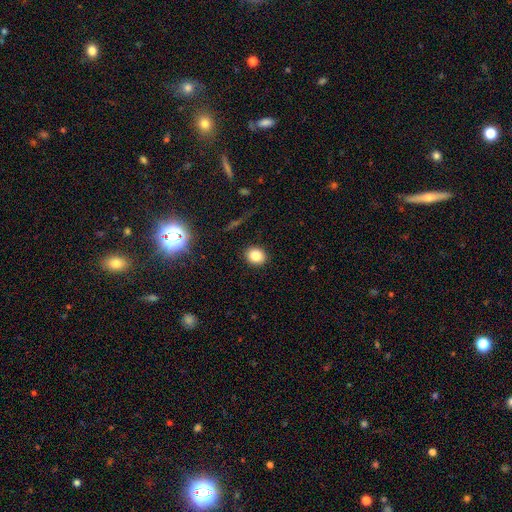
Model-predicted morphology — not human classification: This appears to be a smooth galaxy with no disk features (83%) that is round (63%). Merging: none (89%).